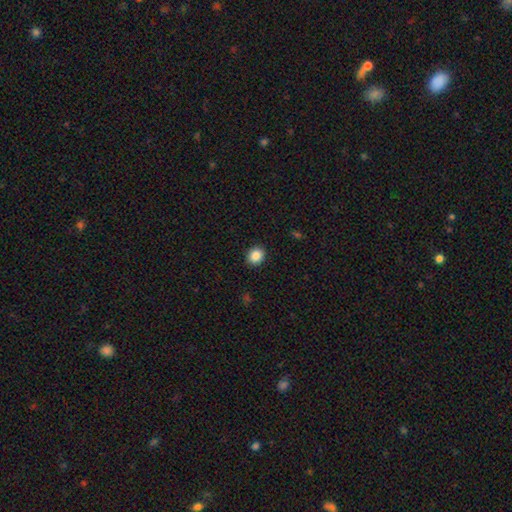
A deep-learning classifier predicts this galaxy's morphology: This appears to be a smooth galaxy with no disk features (87%) that is round (68%). Merging: none (91%).